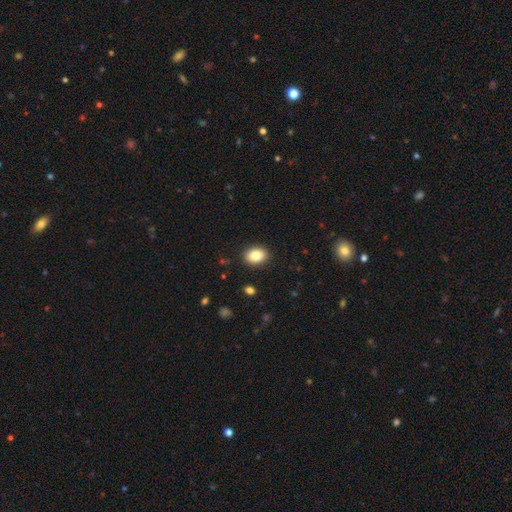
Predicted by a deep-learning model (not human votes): smooth_or_featured: smooth (p=0.85) [alt: star or artifact p=0.08]
how_rounded: in between (p=0.70) [alt: round p=0.29]
merging: none (p=0.90) [alt: minor disturbance p=0.07]